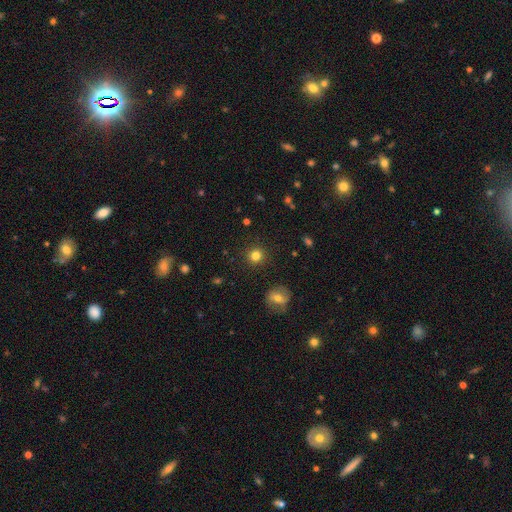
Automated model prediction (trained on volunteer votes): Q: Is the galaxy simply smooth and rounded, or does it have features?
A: smooth — 82%.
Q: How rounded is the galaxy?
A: round — 93%.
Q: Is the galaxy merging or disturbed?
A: none — 91%.